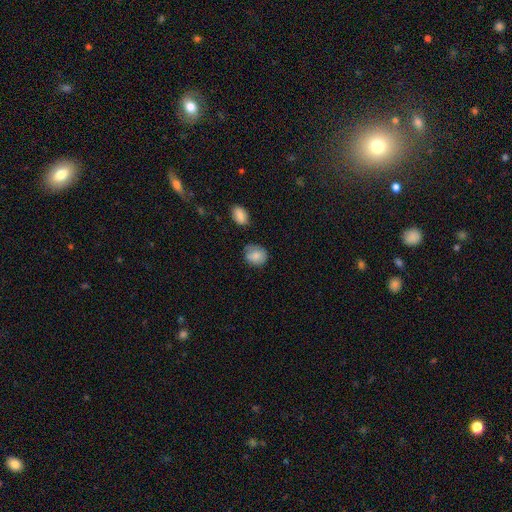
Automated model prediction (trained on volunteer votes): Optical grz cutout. It shows a smooth galaxy with no disk features (83%) that is round (65%). Merging: none (60%).